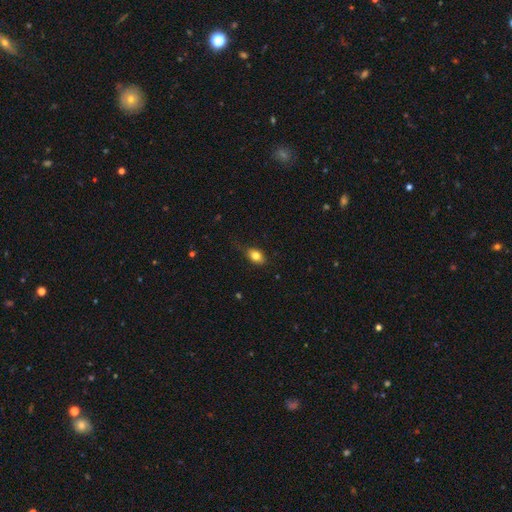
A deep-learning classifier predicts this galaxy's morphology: Smooth or featured? Predicted: smooth (p=0.80). How rounded? Predicted: in between (p=0.78). Merging? Predicted: none (p=0.73).